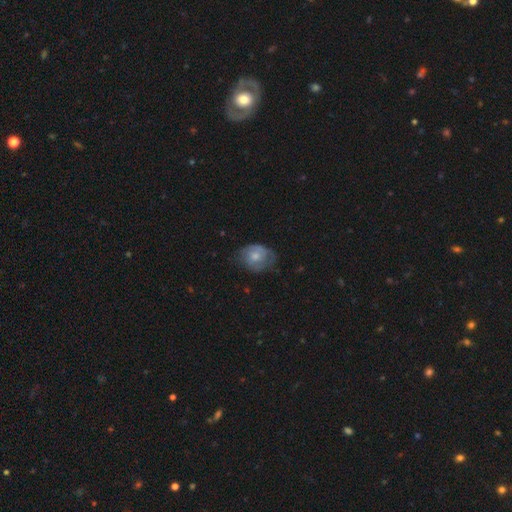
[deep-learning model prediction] A smooth galaxy with no disk features (49%). Merging: none (53%).